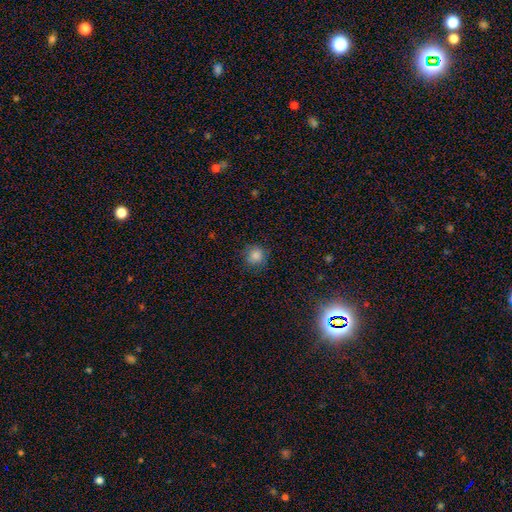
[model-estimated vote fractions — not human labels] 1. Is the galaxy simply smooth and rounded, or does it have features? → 83% smooth, 13% star or artifact, 4% featured or disk.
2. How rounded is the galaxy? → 91% round, 8% in between, 1% cigar-shaped.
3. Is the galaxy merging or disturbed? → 84% none, 11% minor disturbance, 4% major disturbance, 1% merger.